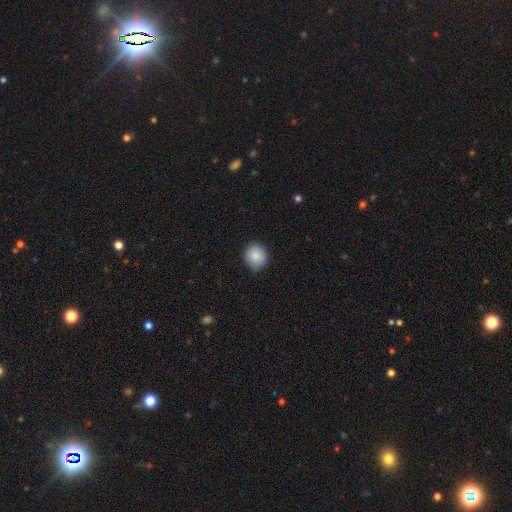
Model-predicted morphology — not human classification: Smooth or featured? smooth (88%)
How rounded? round (86%)
Merging? none (86%)